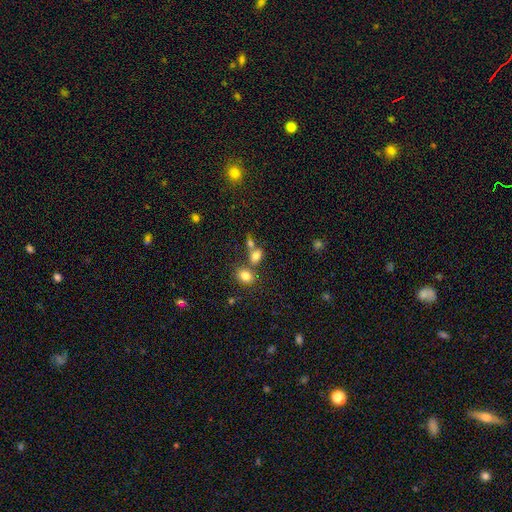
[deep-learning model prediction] This appears to be a smooth galaxy with no disk features (78%) that is in between round and cigar-shaped (75%). Merging: none (47%).